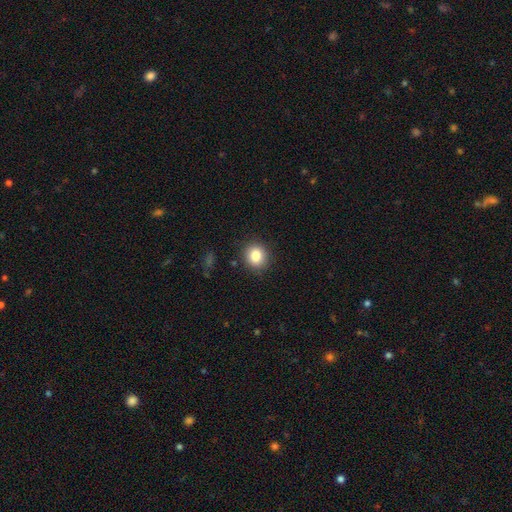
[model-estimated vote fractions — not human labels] This appears to be a smooth galaxy with no disk features (85%) that is round (78%). Merging: none (88%).